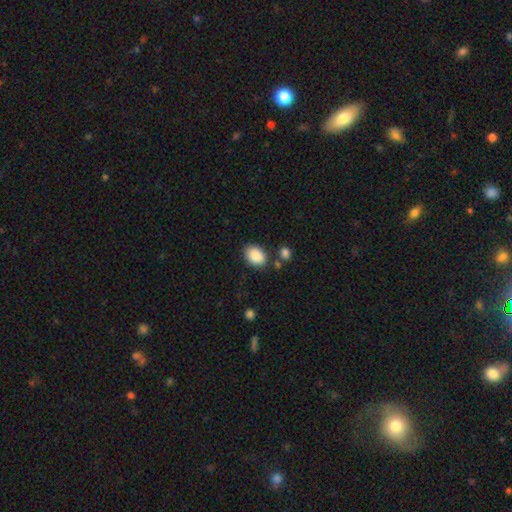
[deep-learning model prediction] smooth_or_featured: smooth (p=0.89) [alt: star or artifact p=0.07]
how_rounded: in between (p=0.78) [alt: round p=0.21]
merging: none (p=0.78) [alt: minor disturbance p=0.13]